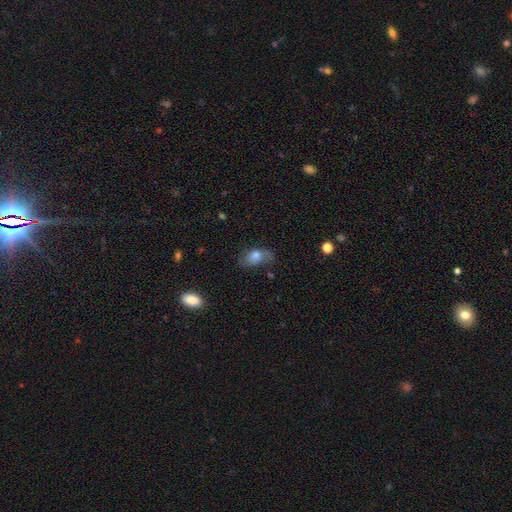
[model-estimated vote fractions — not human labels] The model was most divided on "merging": none: 57%, minor disturbance: 28%, major disturbance: 13%, merger: 3%. More confident: how rounded — in between (86%); smooth or featured — smooth (71%).